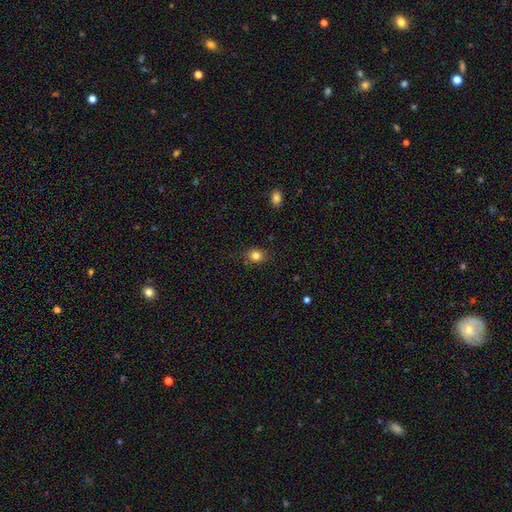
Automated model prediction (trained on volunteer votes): smooth 83%, star or artifact 11%, featured or disk 6%. Down the decision tree: how rounded — round (64%); merging — none (84%).